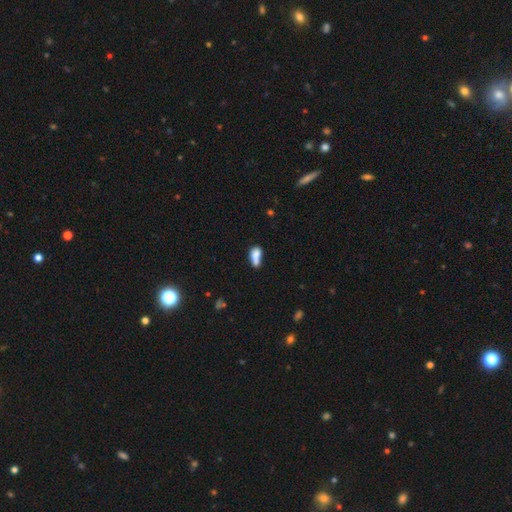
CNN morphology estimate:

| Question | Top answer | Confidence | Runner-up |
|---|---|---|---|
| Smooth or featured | smooth | 75% | featured or disk (15%) |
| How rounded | in between | 76% | cigar-shaped (15%) |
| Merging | merger | 45% | none (29%) |